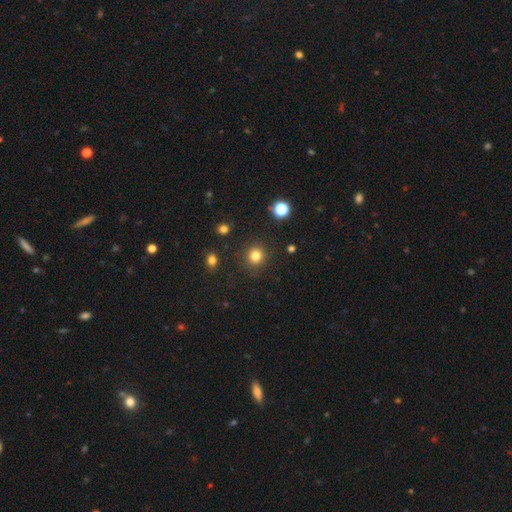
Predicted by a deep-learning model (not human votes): This is clearly a smooth galaxy (82%). How rounded: clearly round (92%). Merging: clearly none (88%).